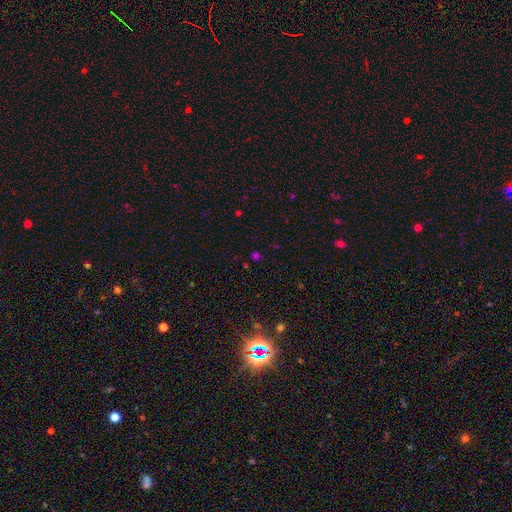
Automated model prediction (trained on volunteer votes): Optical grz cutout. It shows a star or artifact, not a galaxy (51%).